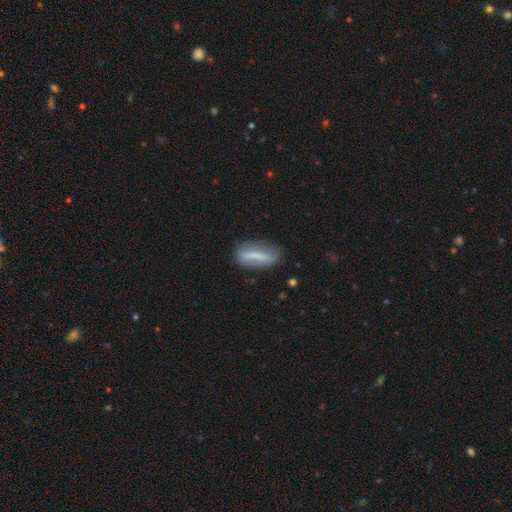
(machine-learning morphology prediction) smooth 51%, featured or disk 41%, star or artifact 8%. Down the decision tree: how rounded — in between (50%); merging — none (73%).